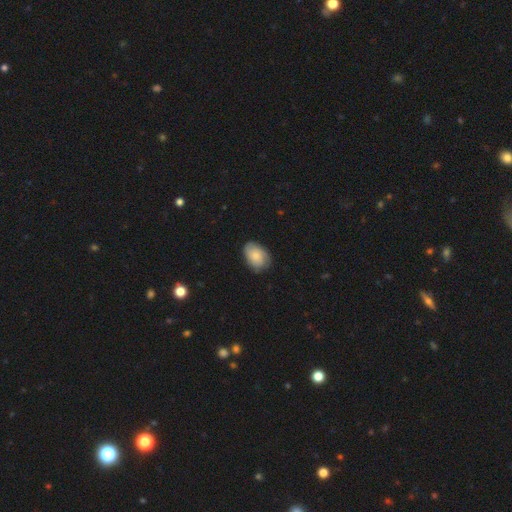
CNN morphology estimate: Q: Smooth or featured?
A: smooth (72%); runner-up: featured or disk (22%)
Q: How rounded?
A: in between (84%); runner-up: round (15%)
Q: Merging?
A: none (76%); runner-up: minor disturbance (19%)